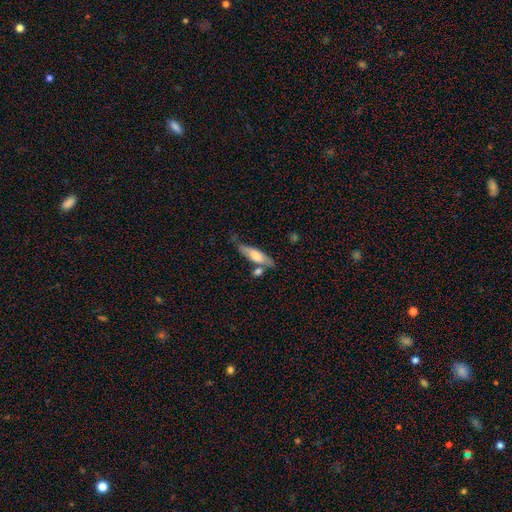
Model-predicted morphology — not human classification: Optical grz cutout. It shows a smooth galaxy with no disk features (59%) that is cigar-shaped (60%). Merging: none (53%).